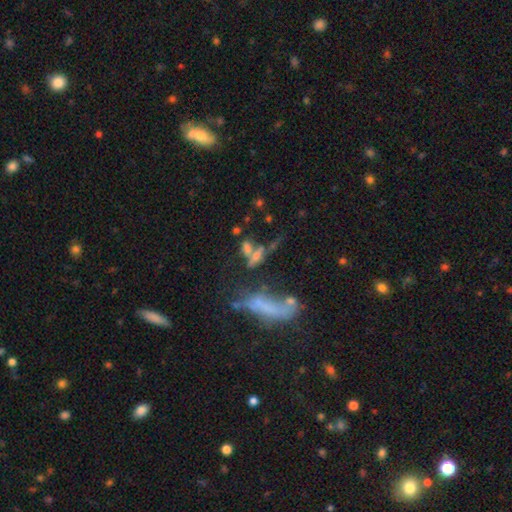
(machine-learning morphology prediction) Smooth or featured? Predicted: smooth (p=0.44). Merging? Predicted: merger (p=0.39).